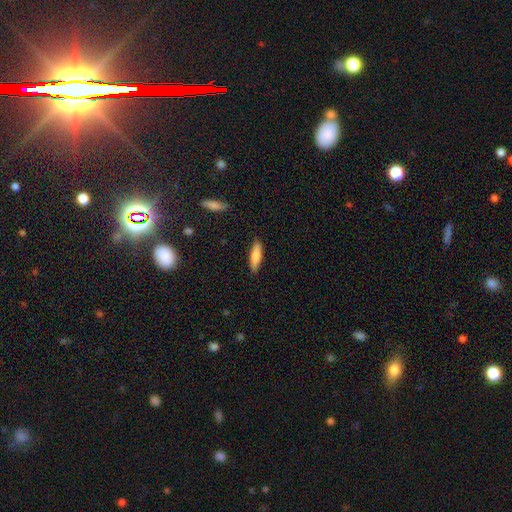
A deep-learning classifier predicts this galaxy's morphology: Q: Smooth or featured?
A: smooth (81%); runner-up: featured or disk (13%)
Q: How rounded?
A: cigar-shaped (60%); runner-up: in between (38%)
Q: Merging?
A: none (87%); runner-up: minor disturbance (10%)